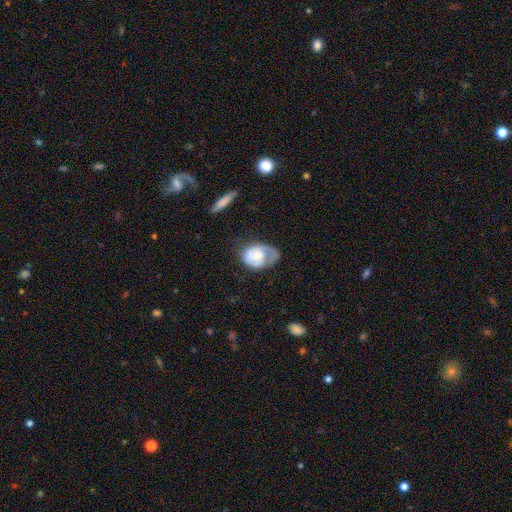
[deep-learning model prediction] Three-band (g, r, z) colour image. It shows a featured or disk galaxy (56%) with no bar (75%), spiral arms (73%) and a moderate central bulge (43%). Merging: none (38%).